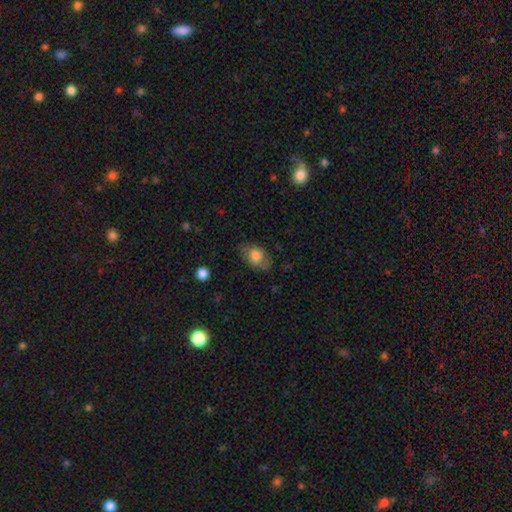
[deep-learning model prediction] This is likely a smooth galaxy (75%). How rounded: likely in between (80%). Merging: likely none (67%).